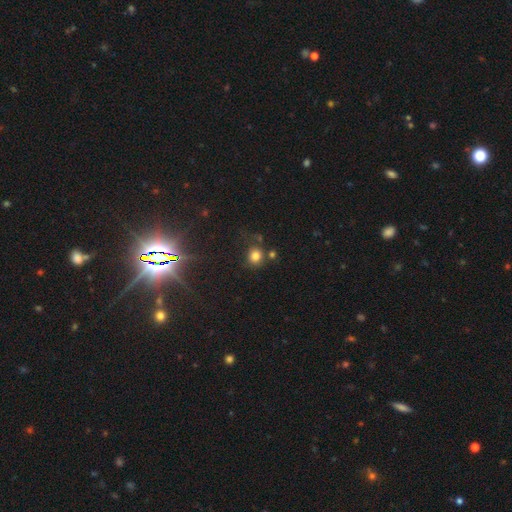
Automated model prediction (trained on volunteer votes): Smooth or featured? Predicted: smooth (p=0.78). How rounded? Predicted: round (p=0.84). Merging? Predicted: none (p=0.71).